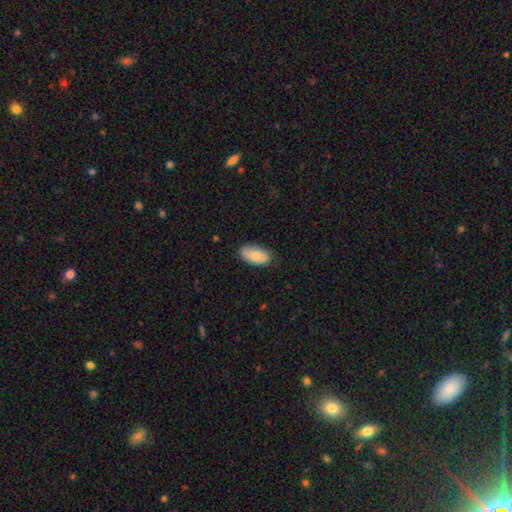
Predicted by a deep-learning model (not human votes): Morphology: type=smooth (82%); roundness=in between (94%); merging=none (75%).